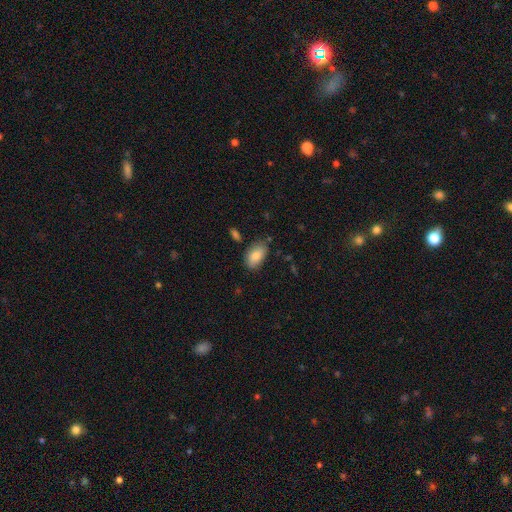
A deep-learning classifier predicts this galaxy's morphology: The model was most divided on "merging": none: 75%, minor disturbance: 18%, merger: 3%, major disturbance: 3%. More confident: how rounded — in between (93%); smooth or featured — smooth (83%).